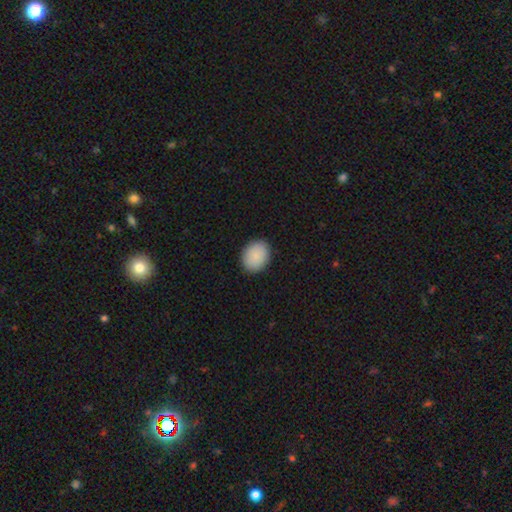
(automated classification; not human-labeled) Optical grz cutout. It shows a smooth galaxy with no disk features (89%) that is in between round and cigar-shaped (52%). Merging: none (90%).